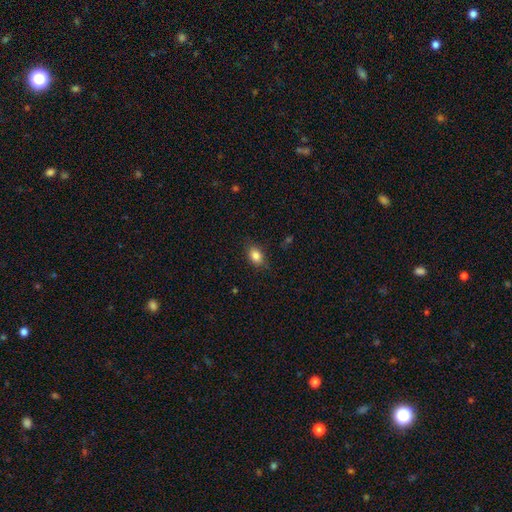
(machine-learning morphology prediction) smooth_or_featured: smooth (p=0.84) [alt: star or artifact p=0.09]
how_rounded: in between (p=0.78) [alt: round p=0.20]
merging: none (p=0.80) [alt: minor disturbance p=0.16]